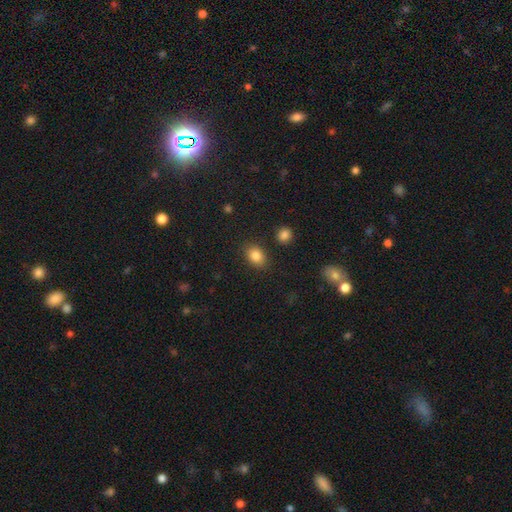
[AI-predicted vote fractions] The model was most divided on "how rounded": in between: 69%, round: 30%, cigar-shaped: 1%. More confident: merging — none (85%); smooth or featured — smooth (84%).